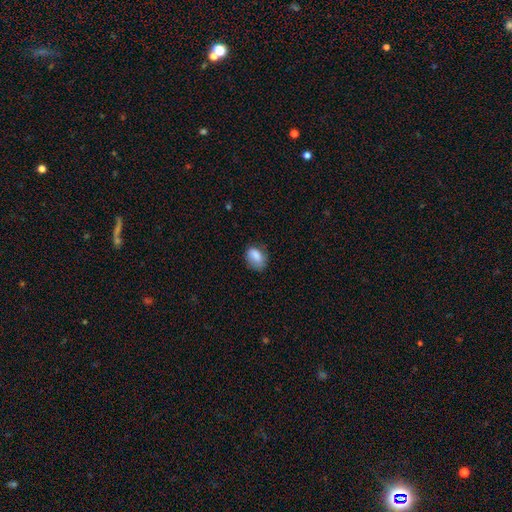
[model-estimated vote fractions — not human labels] A smooth galaxy with no disk features (84%) that is in between round and cigar-shaped (80%).

Vote fractions:
- Smooth or featured? smooth: 84% / featured or disk: 9% / star or artifact: 8%
- How rounded? in between: 80% / round: 18% / cigar-shaped: 1%
- Merging? none: 64% / minor disturbance: 27% / major disturbance: 8% / merger: 1%